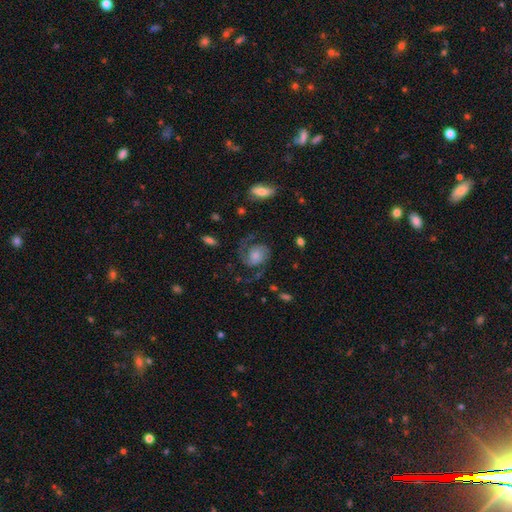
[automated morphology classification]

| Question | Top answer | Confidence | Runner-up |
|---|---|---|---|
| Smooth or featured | featured or disk | 80% | smooth (13%) |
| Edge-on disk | no | 98% | yes (2%) |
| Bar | no | 66% | weak (29%) |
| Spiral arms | yes | 95% | no (5%) |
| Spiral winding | medium | 51% | tight (25%) |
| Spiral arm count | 2 | 85% | 1 (6%) |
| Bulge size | moderate | 36% | small (27%) |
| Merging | none | 64% | major disturbance (17%) |